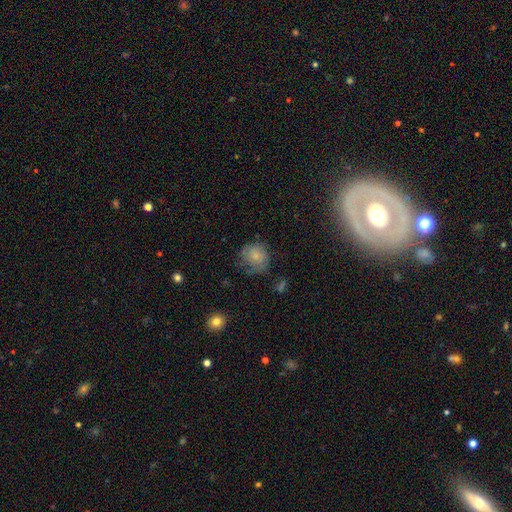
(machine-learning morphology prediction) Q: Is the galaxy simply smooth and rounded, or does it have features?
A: smooth — 67%.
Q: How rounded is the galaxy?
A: round — 81%.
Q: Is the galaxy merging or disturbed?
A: none — 52%.